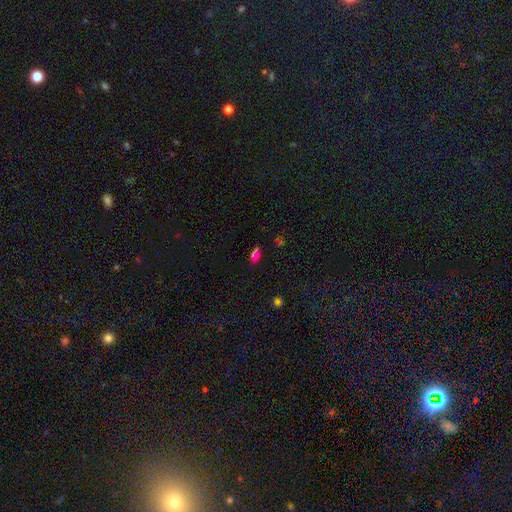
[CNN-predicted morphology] smooth 49%, star or artifact 41%, featured or disk 11%. Down the decision tree: merging — none (70%).